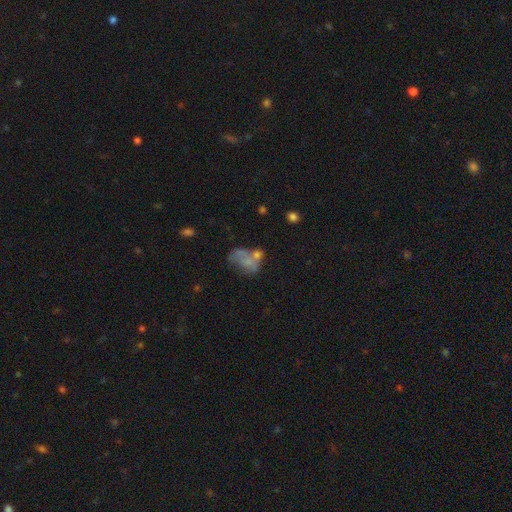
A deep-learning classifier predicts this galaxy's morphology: This appears to be a smooth galaxy with no disk features (45%). Merging: merger (30%).